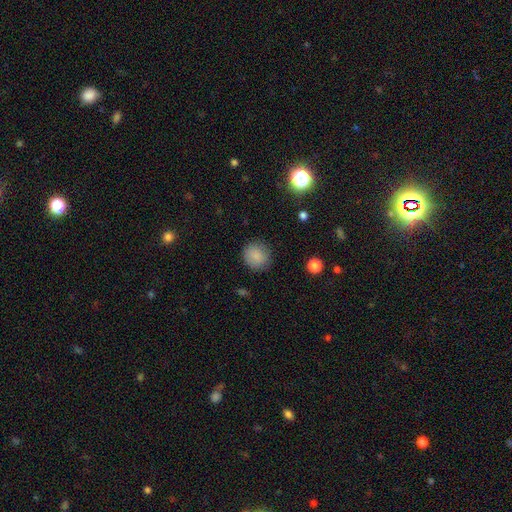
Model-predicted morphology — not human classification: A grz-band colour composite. It shows a smooth galaxy with no disk features (86%) that is round (86%). Merging: none (86%).